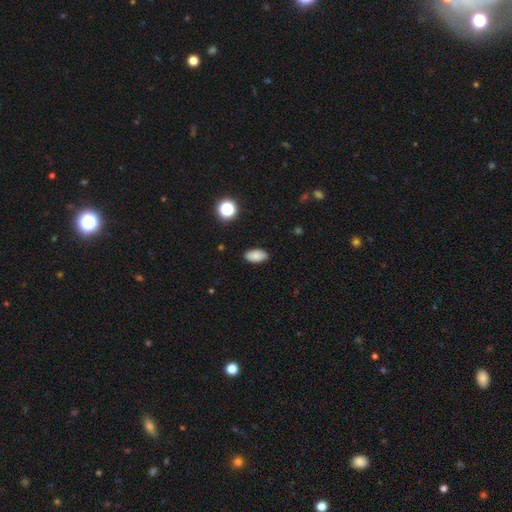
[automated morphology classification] A smooth galaxy with no disk features (86%) that is in between round and cigar-shaped (93%). Merging: none (87%).